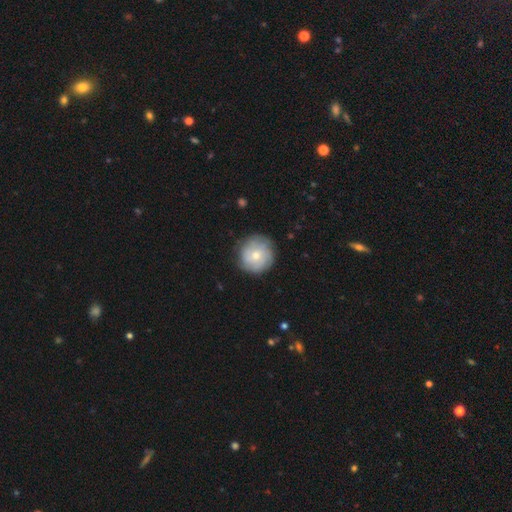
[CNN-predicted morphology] smooth-or-featured: smooth: 54% | featured or disk: 39% | star or artifact: 7%
  how-rounded: round: 93% | in between: 6% | cigar-shaped: 1%
  merging: none: 82% | minor disturbance: 13% | major disturbance: 4% | merger: 1%